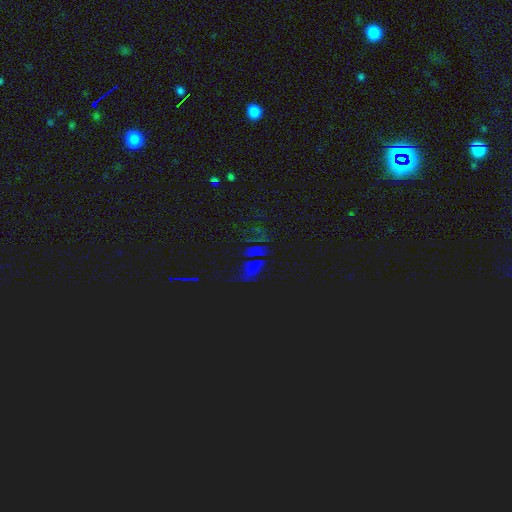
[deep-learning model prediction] The model was most divided on "smooth or featured": star or artifact: 65%, smooth: 25%, featured or disk: 10%.